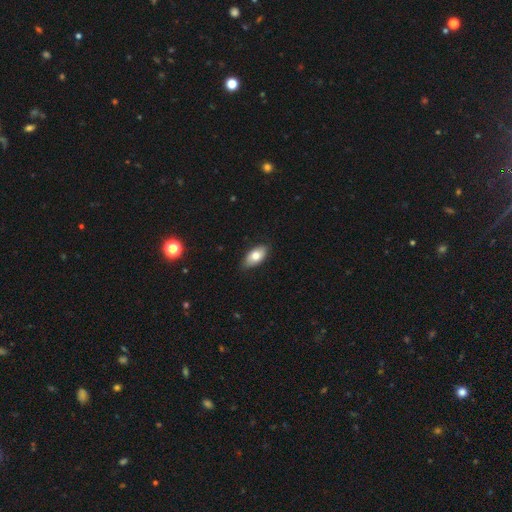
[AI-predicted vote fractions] smooth_or_featured: smooth (p=0.76) [alt: featured or disk p=0.18]
how_rounded: in between (p=0.93) [alt: cigar-shaped p=0.04]
merging: none (p=0.83) [alt: minor disturbance p=0.14]